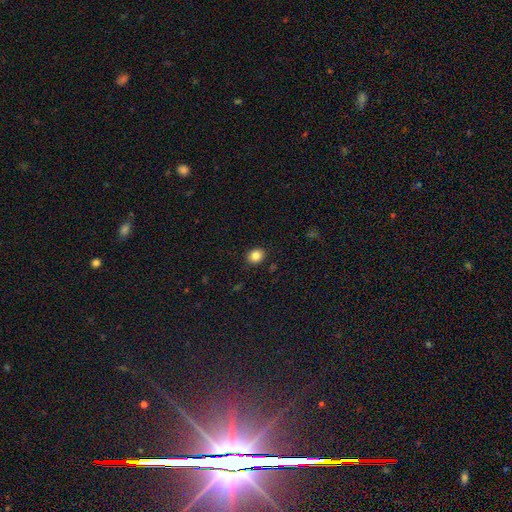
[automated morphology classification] smooth 85%, star or artifact 10%, featured or disk 5%. Down the decision tree: how rounded — round (62%); merging — none (90%).